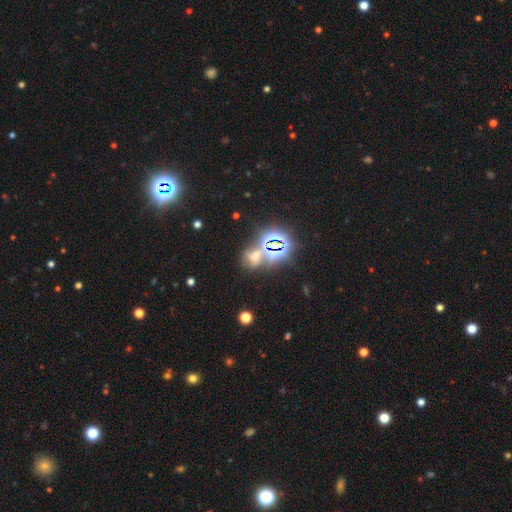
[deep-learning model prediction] Overall: star or artifact (66%).